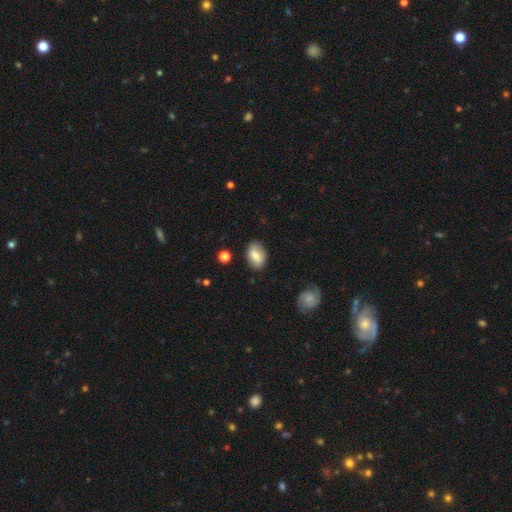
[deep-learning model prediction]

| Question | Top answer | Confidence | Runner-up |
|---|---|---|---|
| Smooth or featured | smooth | 77% | featured or disk (16%) |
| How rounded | in between | 88% | round (10%) |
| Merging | none | 78% | minor disturbance (16%) |